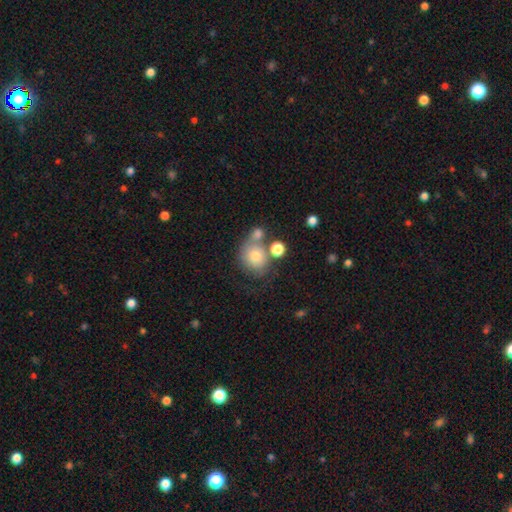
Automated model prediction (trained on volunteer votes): smooth-or-featured: smooth: 71% | featured or disk: 18% | star or artifact: 11%
  how-rounded: round: 77% | in between: 22% | cigar-shaped: 1%
  merging: none: 46% | merger: 27% | minor disturbance: 17% | major disturbance: 10%